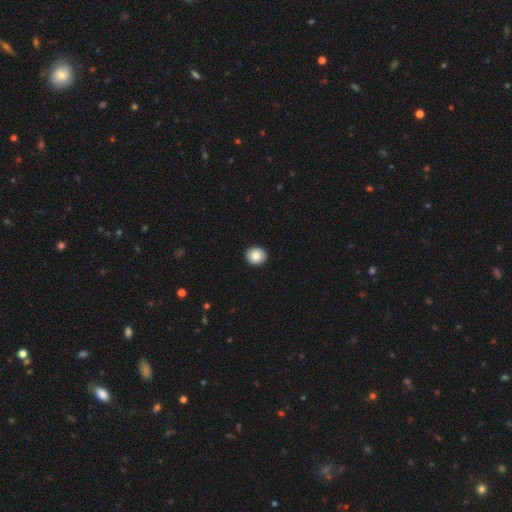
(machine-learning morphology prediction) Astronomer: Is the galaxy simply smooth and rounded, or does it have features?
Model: smooth — 79%.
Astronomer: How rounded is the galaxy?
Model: round — 81%.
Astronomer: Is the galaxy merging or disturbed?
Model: none — 93%.